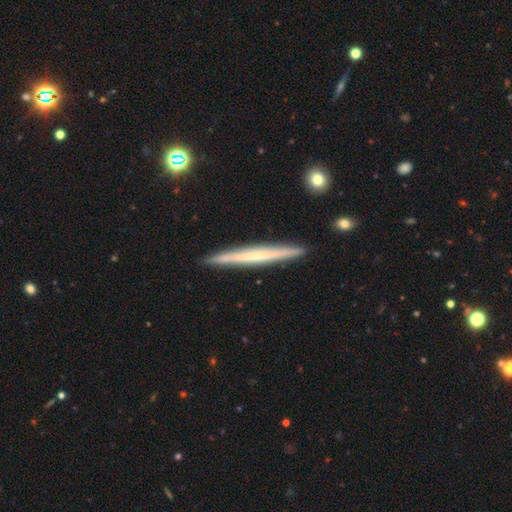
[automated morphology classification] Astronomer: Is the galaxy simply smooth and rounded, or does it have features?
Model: featured or disk — 58% (runner-up: smooth, 36%).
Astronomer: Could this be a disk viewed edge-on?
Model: yes — 97%.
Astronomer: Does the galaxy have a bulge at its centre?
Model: none — 76%.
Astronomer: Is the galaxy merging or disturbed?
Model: none — 91%.